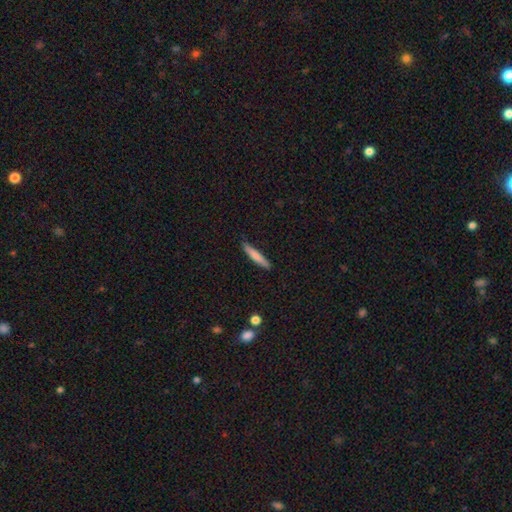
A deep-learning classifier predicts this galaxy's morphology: smooth-or-featured: smooth: 73% | featured or disk: 22% | star or artifact: 6%
  how-rounded: cigar-shaped: 93% | in between: 5% | round: 1%
  merging: none: 86% | minor disturbance: 11% | major disturbance: 2% | merger: 1%